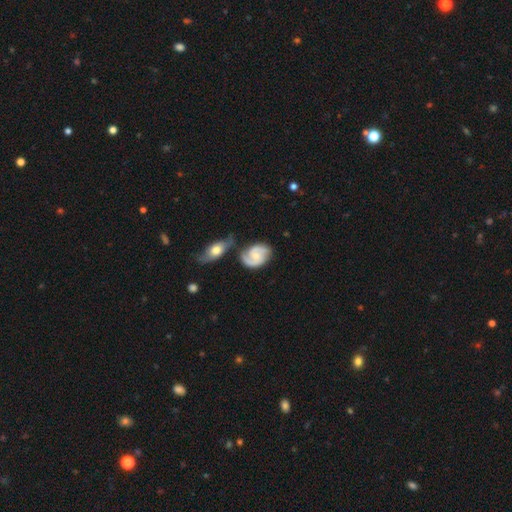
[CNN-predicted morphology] Overall: featured or disk (81%). Edge-on disk: no (97%). Bar: no (59%; weak 35%). Spiral arms: yes (95%). Spiral arm count: 2 (88%). Spiral winding: medium (49%; tight 35%). Bulge size: small (54%; moderate 37%). Merging: none (59%).